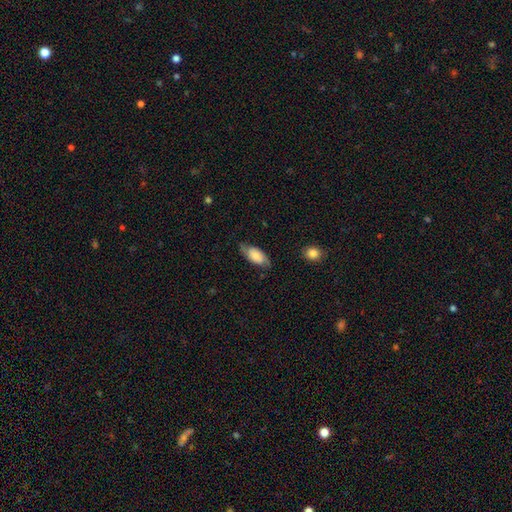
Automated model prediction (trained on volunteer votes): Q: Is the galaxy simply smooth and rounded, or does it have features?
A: smooth — 56%.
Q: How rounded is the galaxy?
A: in between — 89%.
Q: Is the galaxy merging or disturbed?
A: none — 70%.